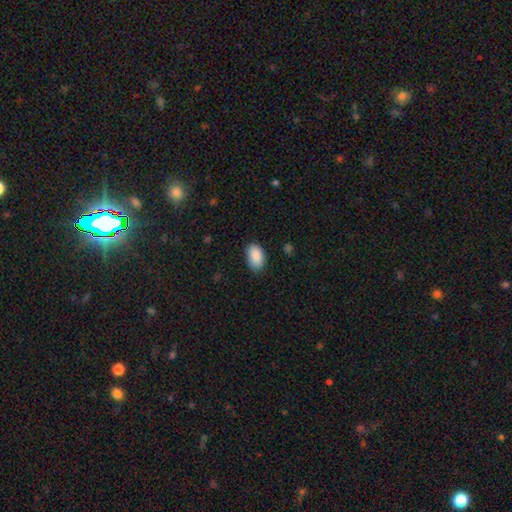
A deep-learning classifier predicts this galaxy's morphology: Smooth or featured: smooth — 90% (star or artifact — 7%)
How rounded: in between — 93% (round — 5%)
Merging: none — 83% (minor disturbance — 14%)